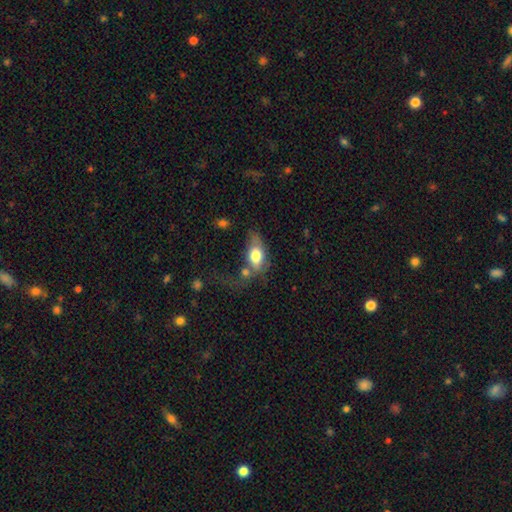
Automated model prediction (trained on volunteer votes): Overall: smooth (71%). How rounded: in between (86%). Merging: major disturbance (29%; none 28%).